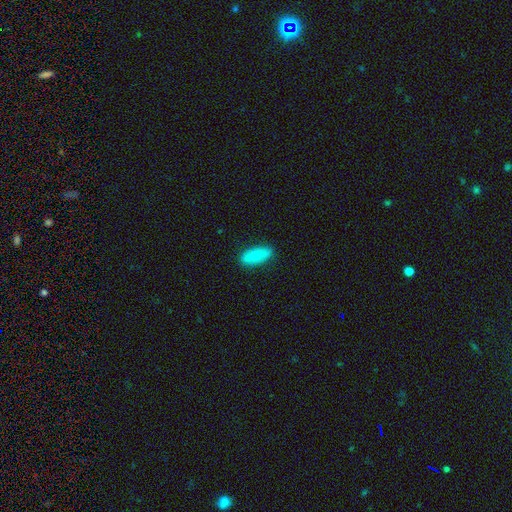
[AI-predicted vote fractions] Smooth or featured? smooth (68%)
How rounded? in between (86%)
Merging? none (84%)